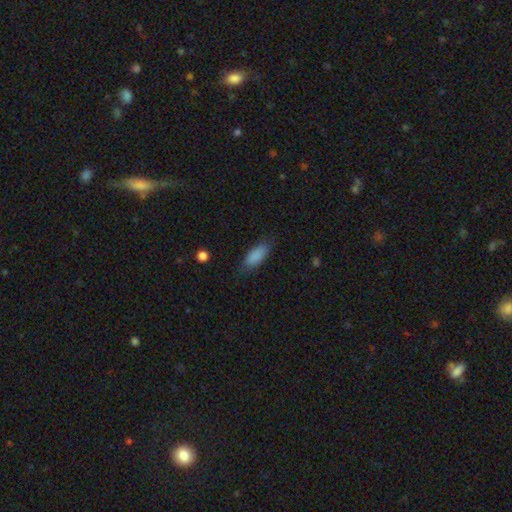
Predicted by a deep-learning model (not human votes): This appears to be a smooth galaxy with no disk features (87%) that is in between round and cigar-shaped (77%). Merging: none (80%).